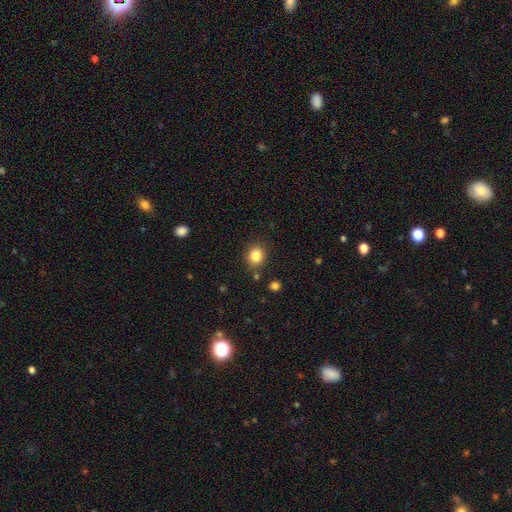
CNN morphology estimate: Q: Smooth or featured?
A: smooth (84%); runner-up: star or artifact (11%)
Q: How rounded?
A: round (74%); runner-up: in between (25%)
Q: Merging?
A: none (84%); runner-up: minor disturbance (9%)